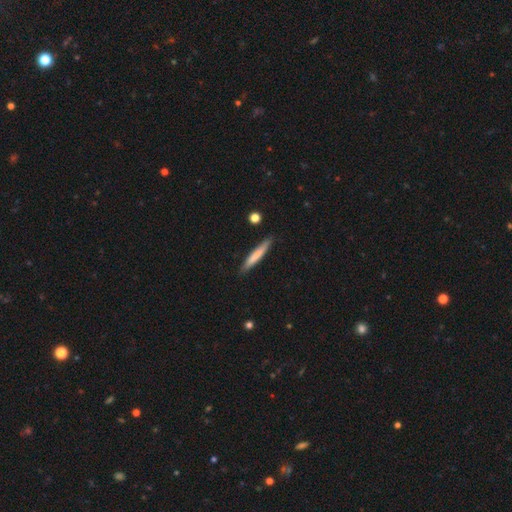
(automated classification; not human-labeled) A smooth galaxy with no disk features (72%) that is cigar-shaped (95%).

Vote fractions:
- Smooth or featured? smooth: 72% / featured or disk: 22% / star or artifact: 6%
- How rounded? cigar-shaped: 95% / in between: 4% / round: 1%
- Merging? none: 87% / minor disturbance: 9% / major disturbance: 2% / merger: 2%